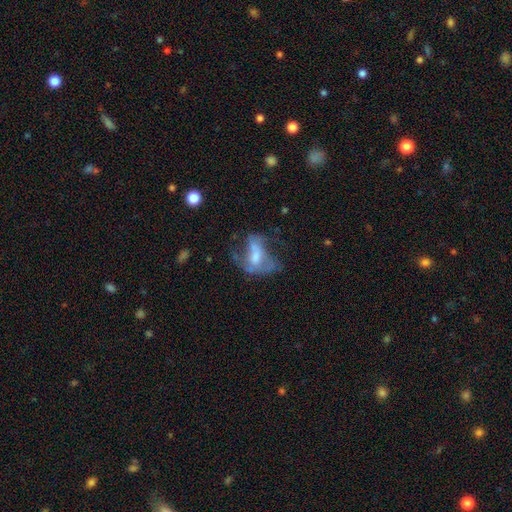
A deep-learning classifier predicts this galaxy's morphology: Smooth or featured: featured or disk — 56% (smooth — 34%)
Edge-on disk: no — 94% (yes — 6%)
Bar: no — 55% (weak — 33%)
Spiral arms: no — 60% (yes — 40%)
Bulge size: moderate — 48% (small — 27%)
Merging: major disturbance — 45% (none — 28%)